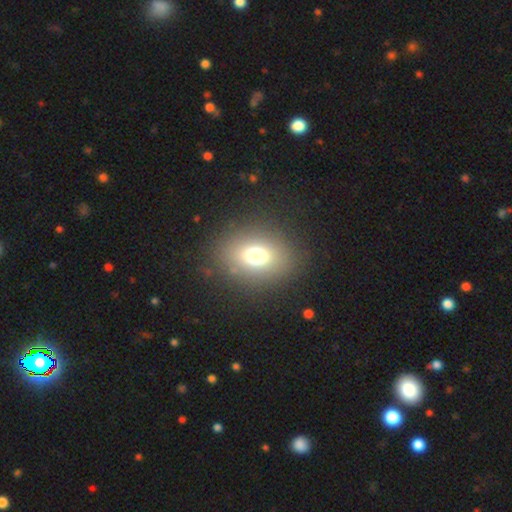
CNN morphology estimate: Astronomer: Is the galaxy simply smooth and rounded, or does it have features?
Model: smooth — 70%.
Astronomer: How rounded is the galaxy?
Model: in between — 52% (runner-up: round, 47%).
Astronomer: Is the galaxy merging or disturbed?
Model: none — 85%.